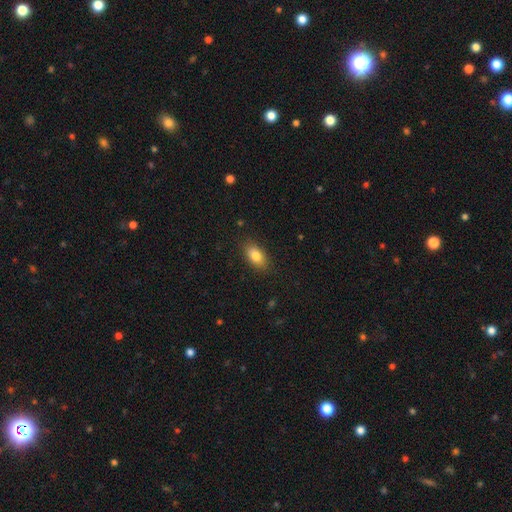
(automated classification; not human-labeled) This is clearly a smooth galaxy (83%). How rounded: clearly in between (89%). Merging: clearly none (86%).